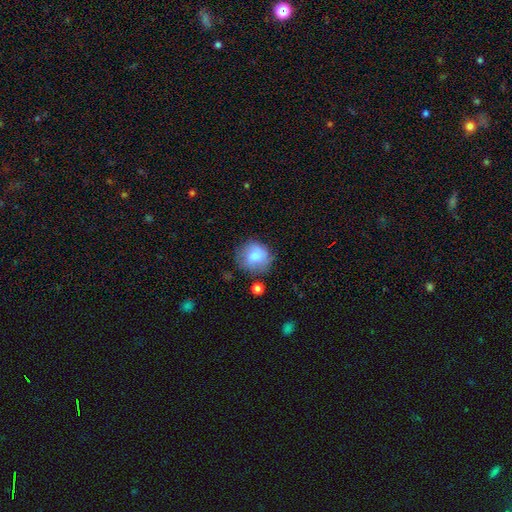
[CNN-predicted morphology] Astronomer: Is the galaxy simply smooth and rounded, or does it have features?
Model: smooth — 77%.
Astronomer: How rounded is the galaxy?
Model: round — 82%.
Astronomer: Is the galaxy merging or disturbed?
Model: none — 60%.